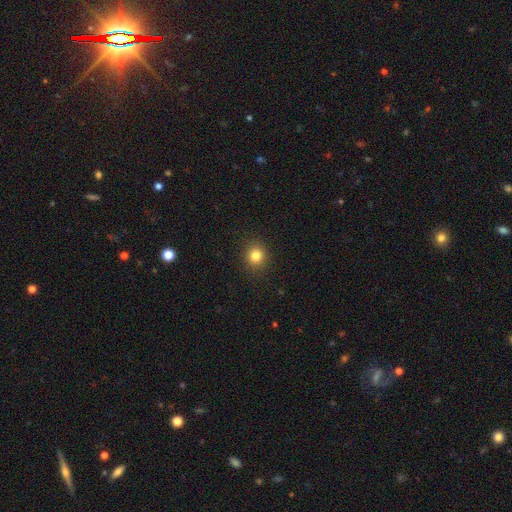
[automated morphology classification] Overall: smooth (82%). How rounded: round (84%). Merging: none (91%).